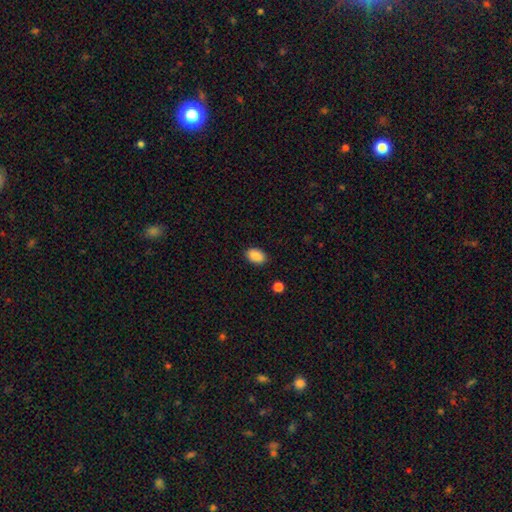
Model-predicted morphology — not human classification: This is clearly a smooth galaxy (89%). How rounded: clearly in between (87%). Merging: clearly none (87%).